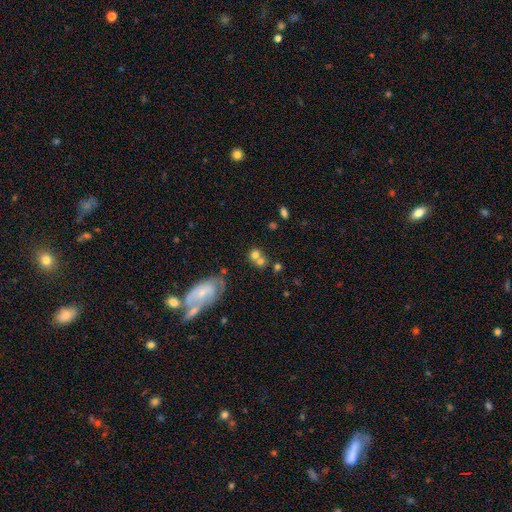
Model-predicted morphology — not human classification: Q: Smooth or featured?
A: smooth (68%); runner-up: featured or disk (18%)
Q: How rounded?
A: round (72%); runner-up: in between (26%)
Q: Merging?
A: merger (48%); runner-up: none (38%)